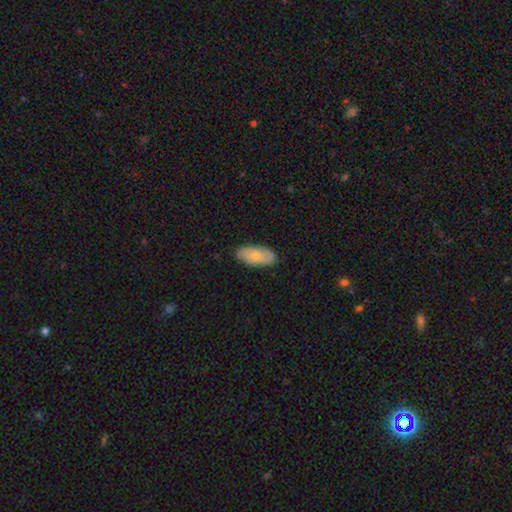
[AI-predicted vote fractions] Q: Smooth or featured?
A: smooth (75%); runner-up: featured or disk (20%)
Q: How rounded?
A: in between (91%); runner-up: cigar-shaped (6%)
Q: Merging?
A: none (83%); runner-up: minor disturbance (14%)